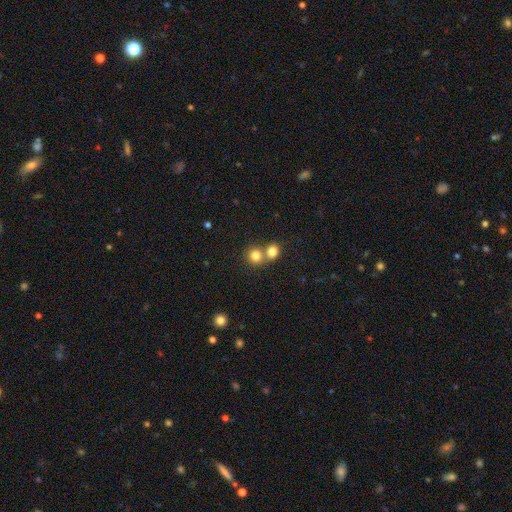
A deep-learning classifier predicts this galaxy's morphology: Q: Smooth or featured?
A: smooth (81%); runner-up: star or artifact (11%)
Q: How rounded?
A: round (85%); runner-up: in between (14%)
Q: Merging?
A: merger (50%); runner-up: none (42%)